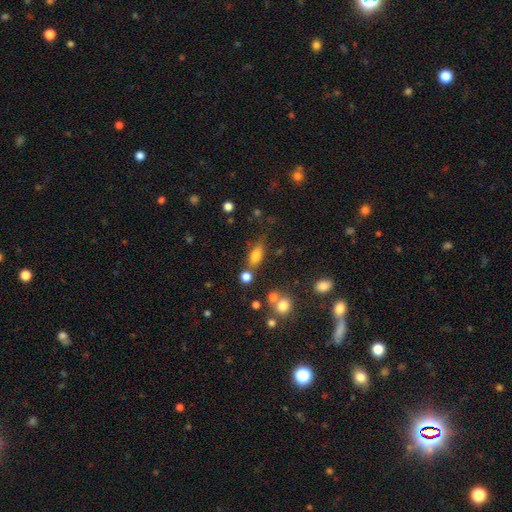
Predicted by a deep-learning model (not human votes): This appears to be a smooth galaxy with no disk features (76%) that is in between round and cigar-shaped (77%). Merging: none (63%).